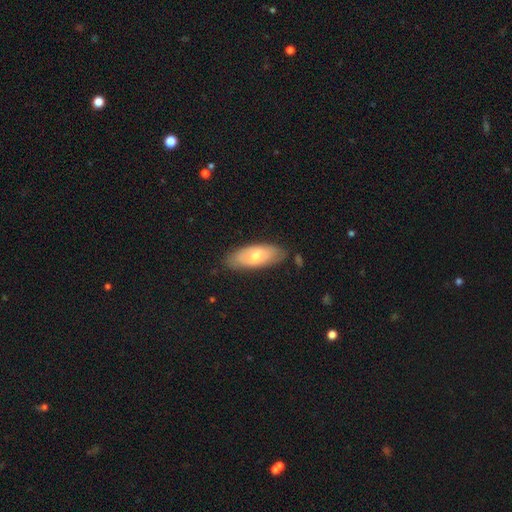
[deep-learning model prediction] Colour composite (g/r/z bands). It shows a smooth galaxy with no disk features (61%) that is in between round and cigar-shaped (83%). Merging: none (78%).